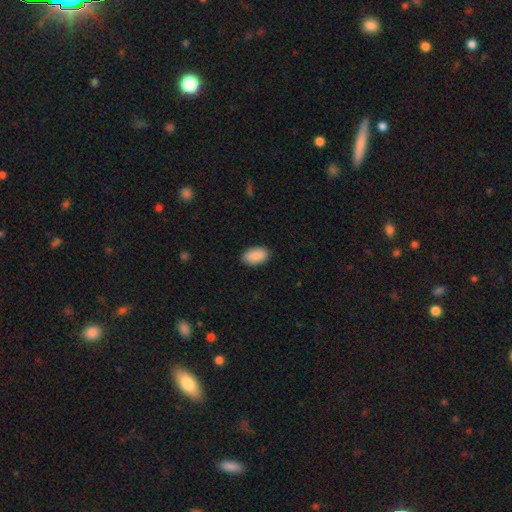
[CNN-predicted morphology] smooth-or-featured: smooth: 89% | star or artifact: 6% | featured or disk: 4%
  how-rounded: in between: 93% | round: 5% | cigar-shaped: 2%
  merging: none: 87% | minor disturbance: 9% | major disturbance: 2% | merger: 1%